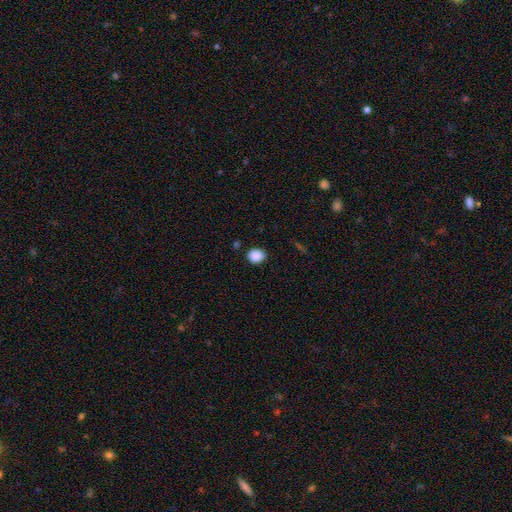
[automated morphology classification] This appears to be a smooth galaxy with no disk features (89%) that is round (59%). Merging: none (86%).